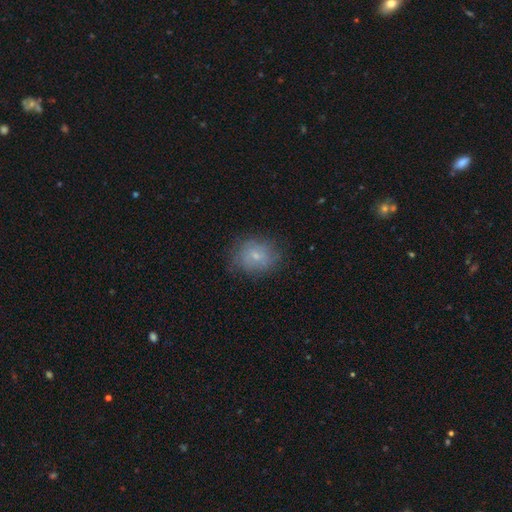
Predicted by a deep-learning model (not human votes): smooth-or-featured: smooth: 67% | featured or disk: 22% | star or artifact: 11%
  how-rounded: round: 63% | in between: 36% | cigar-shaped: 1%
  merging: none: 75% | minor disturbance: 18% | major disturbance: 6% | merger: 1%